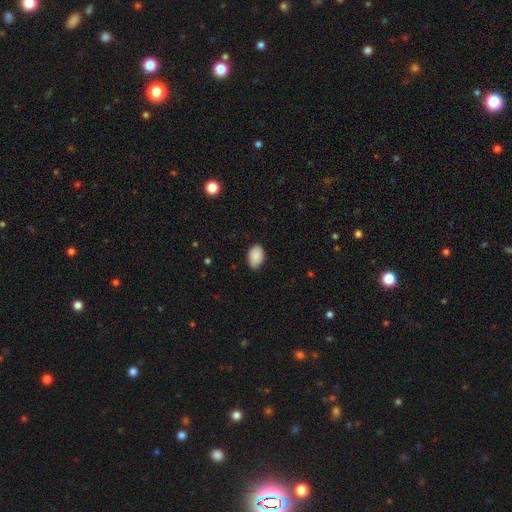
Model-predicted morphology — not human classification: Q: Smooth or featured?
A: smooth (88%); runner-up: star or artifact (7%)
Q: How rounded?
A: in between (88%); runner-up: round (11%)
Q: Merging?
A: none (75%); runner-up: minor disturbance (21%)